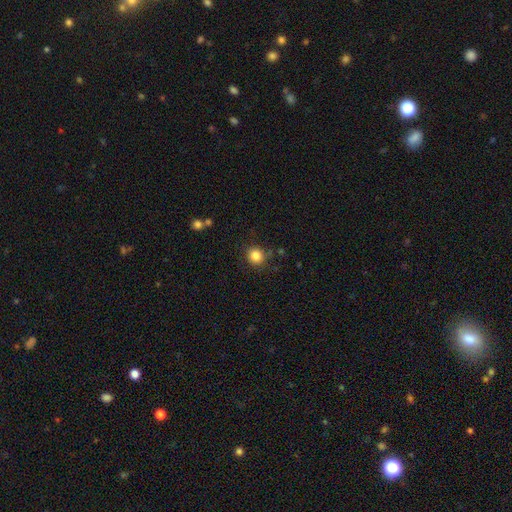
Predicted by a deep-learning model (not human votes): A smooth galaxy with no disk features (84%) that is round (91%). Merging: none (83%).